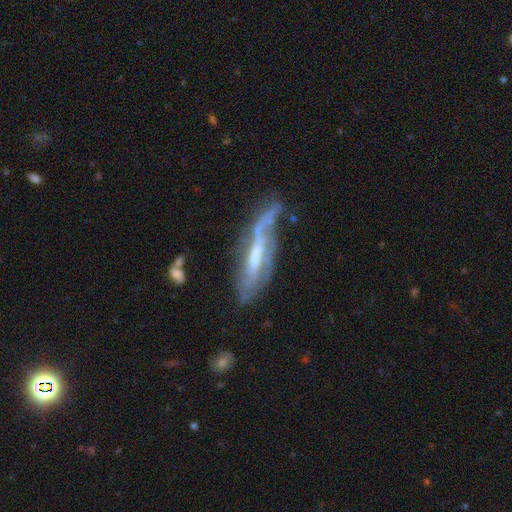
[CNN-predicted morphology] Smooth or featured? featured or disk (74%)
Edge-on disk? no (66%)
Merging? none (35%)